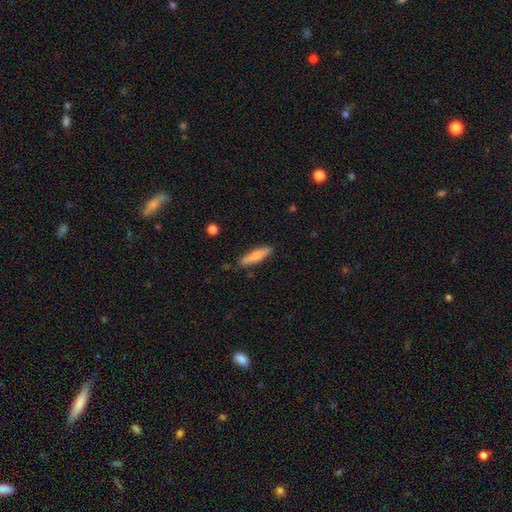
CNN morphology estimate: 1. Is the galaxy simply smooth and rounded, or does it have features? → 73% smooth, 21% featured or disk, 6% star or artifact.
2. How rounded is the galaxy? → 78% cigar-shaped, 21% in between, 2% round.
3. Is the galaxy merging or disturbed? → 85% none, 11% minor disturbance, 2% major disturbance, 2% merger.